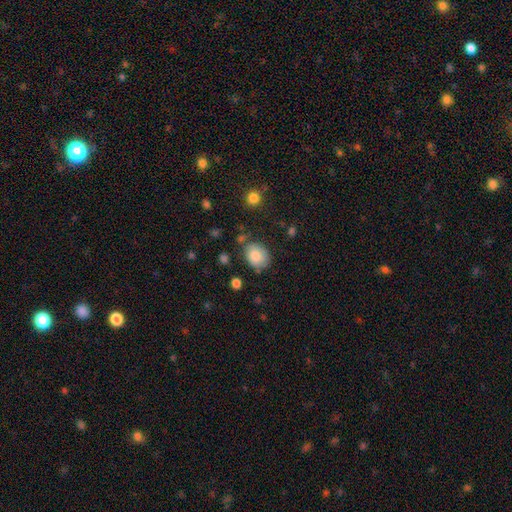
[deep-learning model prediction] Morphology: type=smooth (83%); roundness=in between (50%); merging=none (72%).